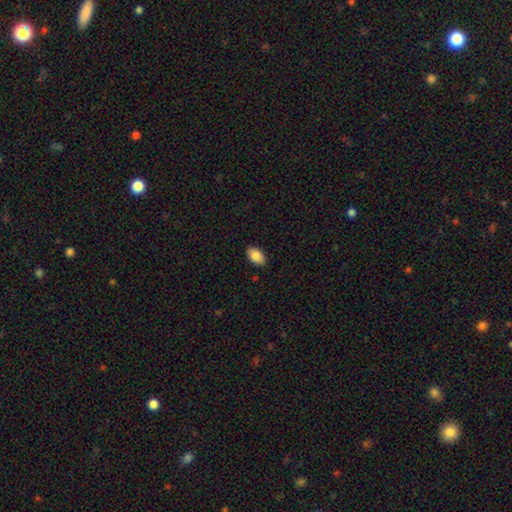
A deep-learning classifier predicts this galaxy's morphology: type=smooth (86%); roundness=in between (92%); merging=none (89%).